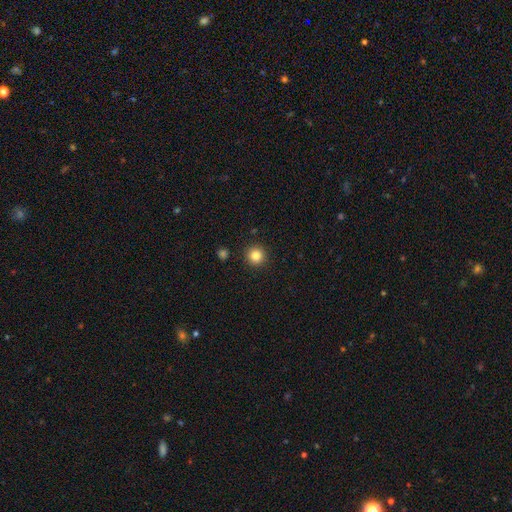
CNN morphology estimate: Overall: smooth (84%). How rounded: round (95%). Merging: none (92%).